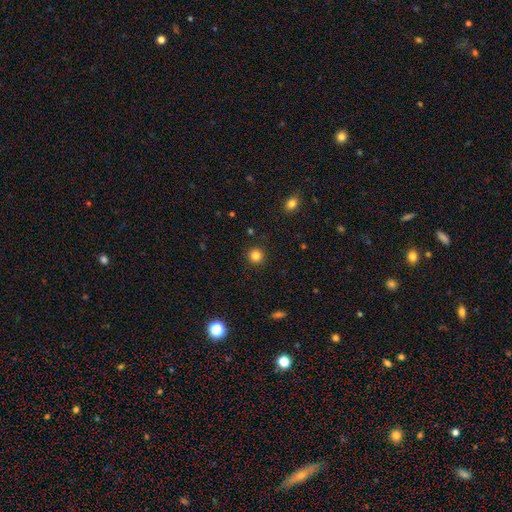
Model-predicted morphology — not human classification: Q: Smooth or featured?
A: smooth (83%); runner-up: star or artifact (12%)
Q: How rounded?
A: round (94%); runner-up: in between (5%)
Q: Merging?
A: none (92%); runner-up: minor disturbance (5%)